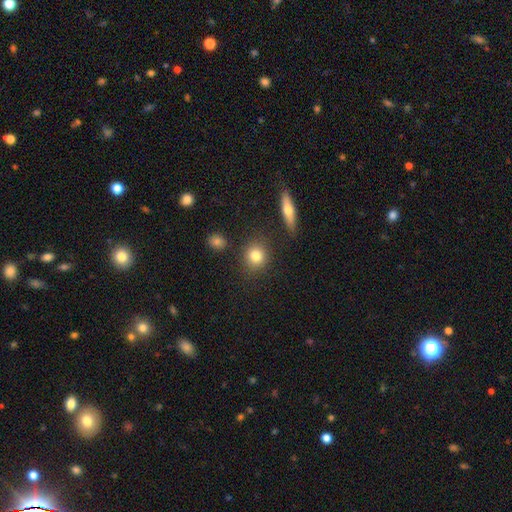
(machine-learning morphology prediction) smooth-or-featured: smooth: 81% | star or artifact: 10% | featured or disk: 9%
  how-rounded: round: 82% | in between: 16% | cigar-shaped: 2%
  merging: none: 85% | minor disturbance: 8% | merger: 4% | major disturbance: 3%